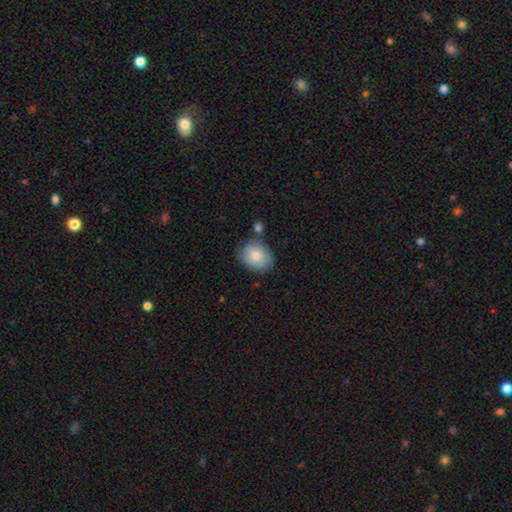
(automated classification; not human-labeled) Smooth or featured?
  - smooth: 81% *
  - featured or disk: 13%
  - star or artifact: 7%
How rounded?
  - in between: 54% *
  - round: 45%
  - cigar-shaped: 1%
Merging?
  - none: 69% *
  - minor disturbance: 19%
  - merger: 8%
  - major disturbance: 4%